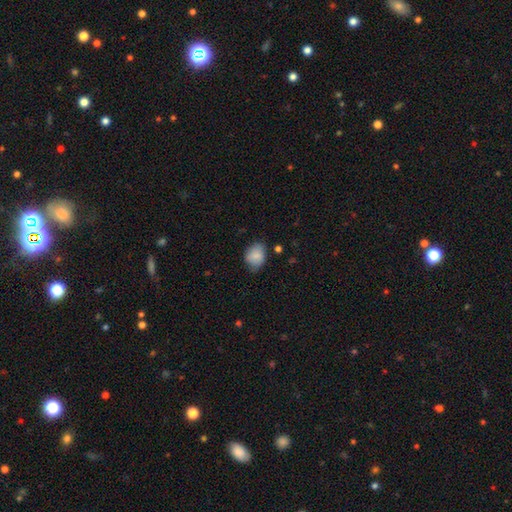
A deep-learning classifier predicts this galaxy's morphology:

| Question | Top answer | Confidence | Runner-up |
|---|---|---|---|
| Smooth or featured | smooth | 84% | featured or disk (8%) |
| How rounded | in between | 60% | round (39%) |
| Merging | none | 62% | minor disturbance (30%) |